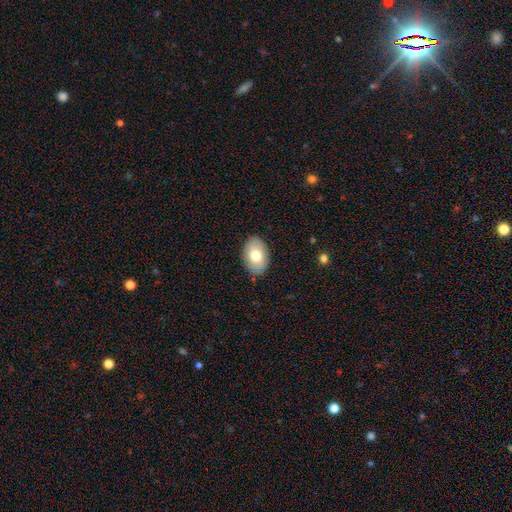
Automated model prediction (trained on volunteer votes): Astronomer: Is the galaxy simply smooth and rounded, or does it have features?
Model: smooth — 75%.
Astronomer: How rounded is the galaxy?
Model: in between — 86%.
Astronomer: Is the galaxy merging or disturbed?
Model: none — 86%.